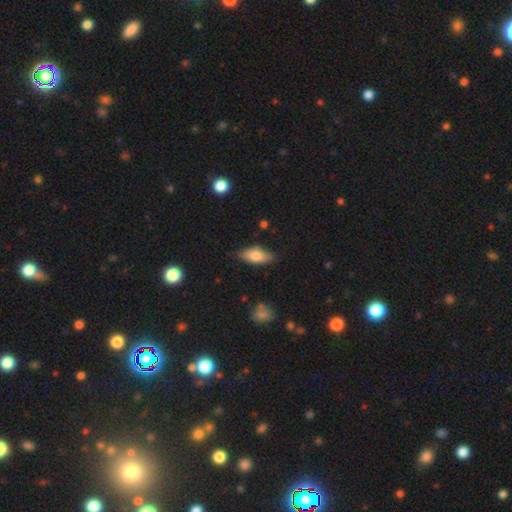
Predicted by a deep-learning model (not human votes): A smooth galaxy with no disk features (74%) that is in between round and cigar-shaped (84%).

Vote fractions:
- Smooth or featured? smooth: 74% / featured or disk: 19% / star or artifact: 7%
- How rounded? in between: 84% / cigar-shaped: 13% / round: 3%
- Merging? none: 78% / minor disturbance: 18% / major disturbance: 3% / merger: 2%